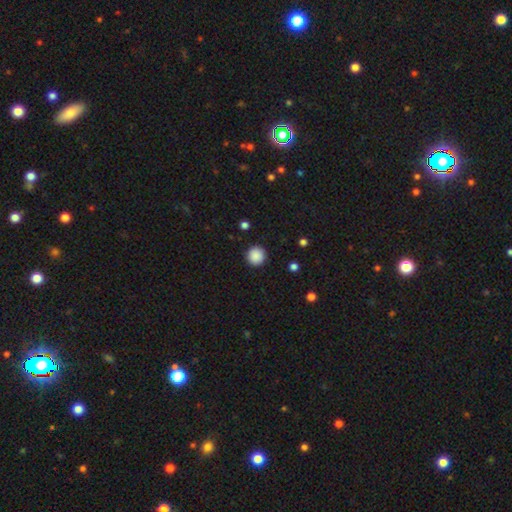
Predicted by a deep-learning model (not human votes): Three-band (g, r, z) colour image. It shows a smooth galaxy with no disk features (88%) that is round (95%). Merging: none (92%).